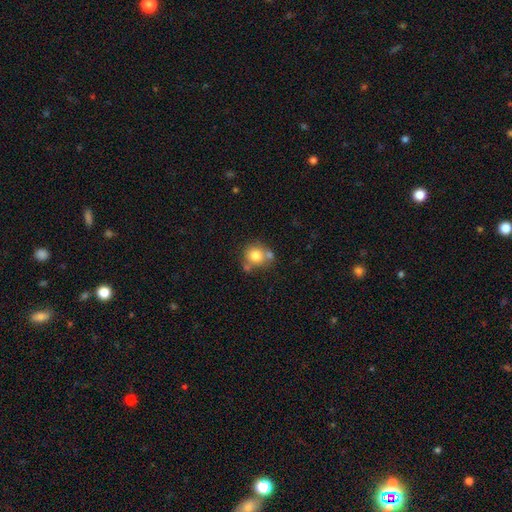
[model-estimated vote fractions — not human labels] smooth_or_featured: smooth (p=0.76) [alt: featured or disk p=0.14]
how_rounded: round (p=0.83) [alt: in between p=0.16]
merging: none (p=0.53) [alt: merger p=0.28]